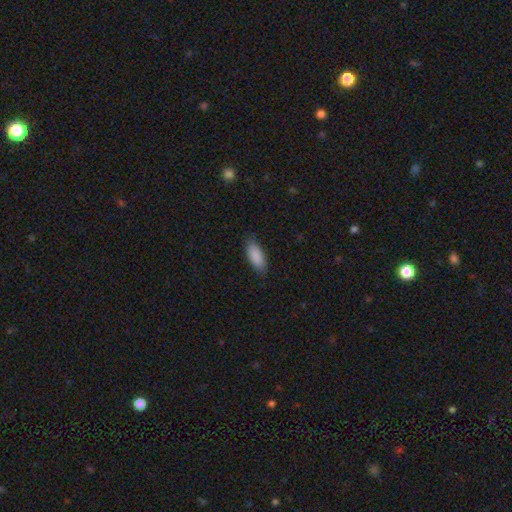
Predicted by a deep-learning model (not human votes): A smooth galaxy with no disk features (90%) that is in between round and cigar-shaped (79%).

Vote fractions:
- Smooth or featured? smooth: 90% / star or artifact: 6% / featured or disk: 5%
- How rounded? in between: 79% / cigar-shaped: 19% / round: 2%
- Merging? none: 86% / minor disturbance: 11% / major disturbance: 2% / merger: 1%